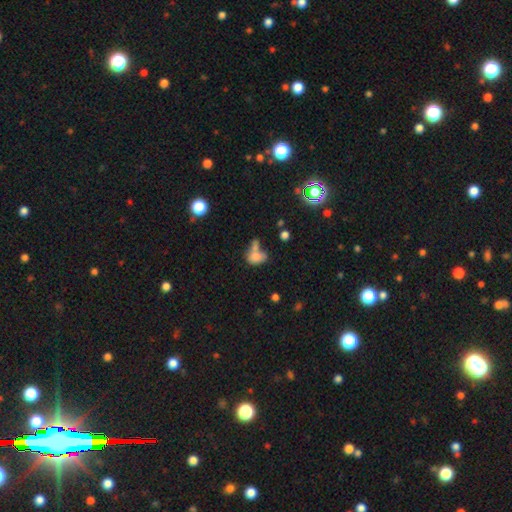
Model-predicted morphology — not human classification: The model was most divided on "merging": merger: 47%, none: 27%, minor disturbance: 14%, major disturbance: 12%. More confident: how rounded — in between (72%); smooth or featured — smooth (71%).